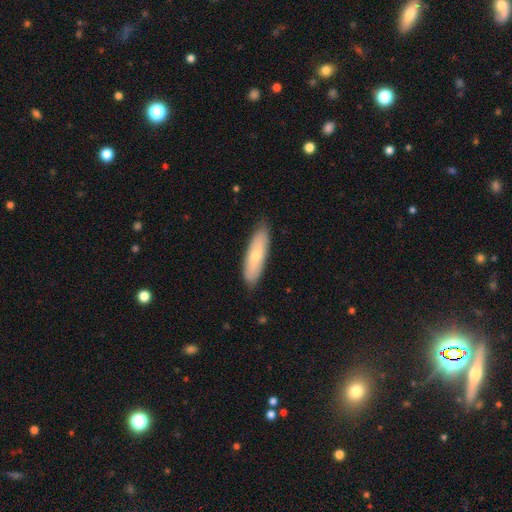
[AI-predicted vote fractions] The model was most divided on "how rounded": cigar-shaped: 53%, in between: 45%, round: 2%. More confident: merging — none (83%); smooth or featured — smooth (61%).